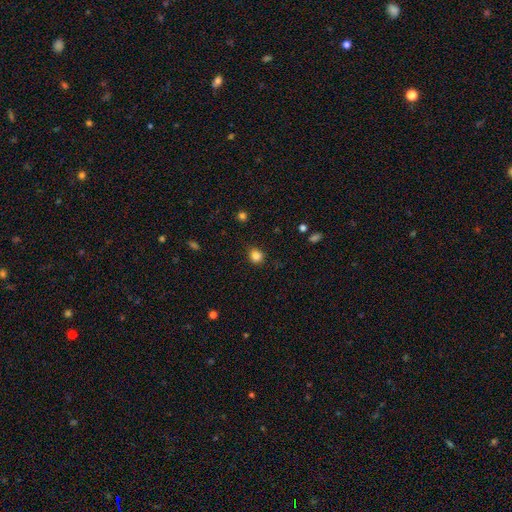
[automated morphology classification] type=smooth (84%); roundness=round (77%); merging=none (81%).